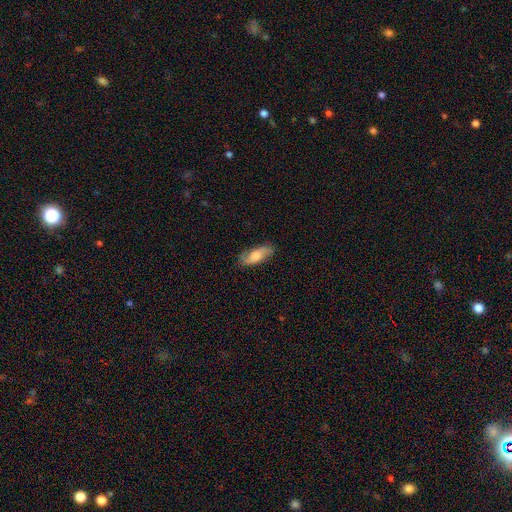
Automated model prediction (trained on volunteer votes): smooth 54%, featured or disk 39%, star or artifact 7%. Down the decision tree: how rounded — in between (72%); merging — none (79%).